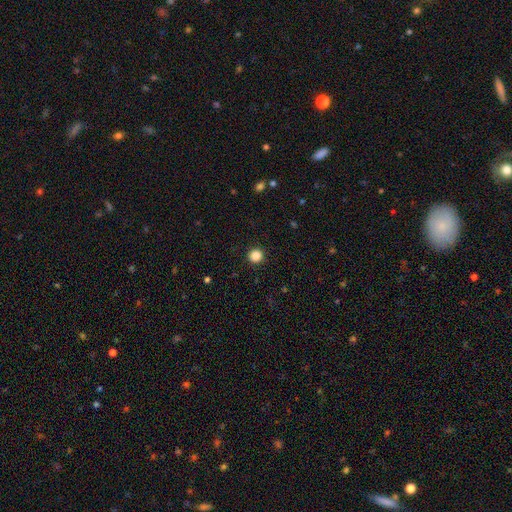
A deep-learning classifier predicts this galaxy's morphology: The model was most divided on "smooth or featured": smooth: 85%, star or artifact: 11%, featured or disk: 3%. More confident: how rounded — round (95%); merging — none (93%).